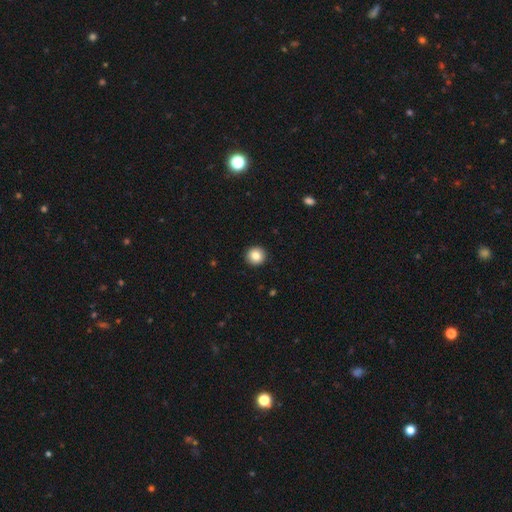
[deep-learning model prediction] Smooth or featured? Predicted: smooth (p=0.85). How rounded? Predicted: round (p=0.95). Merging? Predicted: none (p=0.93).